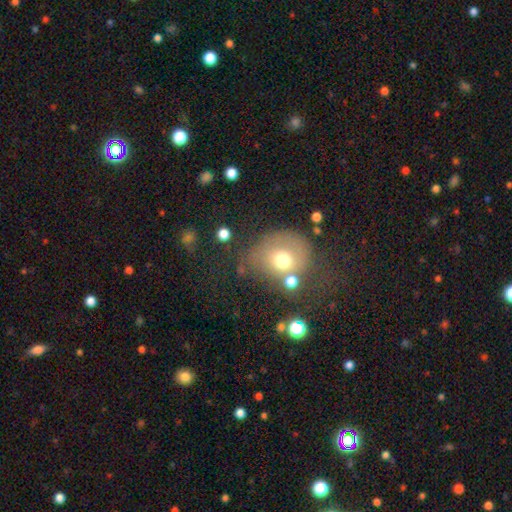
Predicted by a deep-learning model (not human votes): Smooth or featured? smooth (58%)
How rounded? round (66%)
Merging? none (48%)